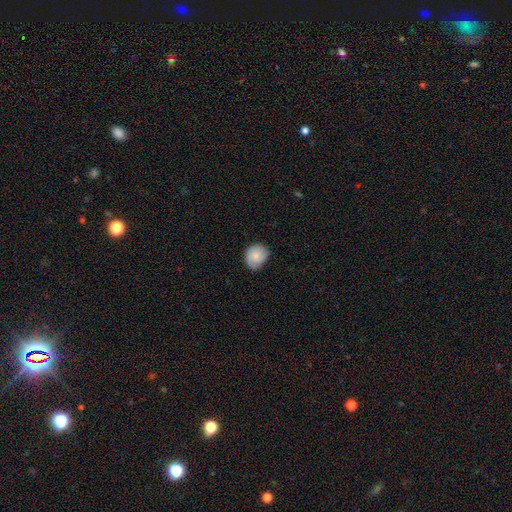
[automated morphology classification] smooth-or-featured: smooth: 80% | featured or disk: 13% | star or artifact: 7%
  how-rounded: round: 67% | in between: 33% | cigar-shaped: 1%
  merging: none: 71% | minor disturbance: 24% | major disturbance: 4% | merger: 1%